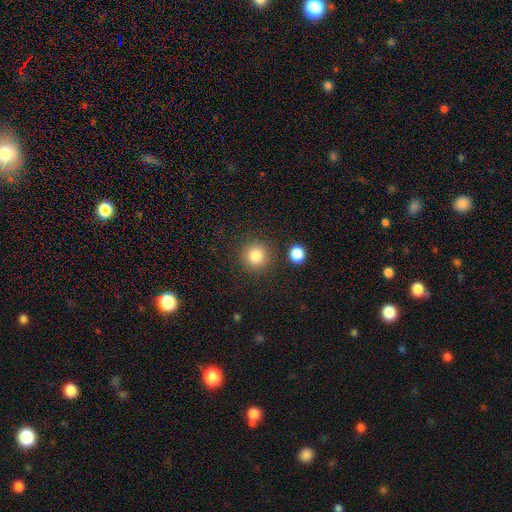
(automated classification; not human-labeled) smooth 83%, star or artifact 11%, featured or disk 6%. Down the decision tree: how rounded — round (94%); merging — none (86%).